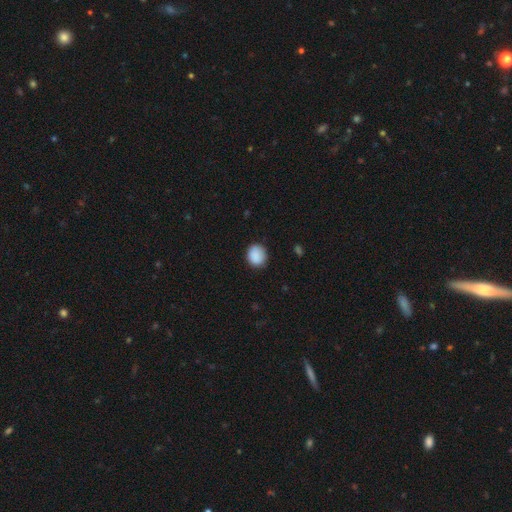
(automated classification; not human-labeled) Morphology: type=smooth (89%); roundness=round (68%); merging=none (83%).